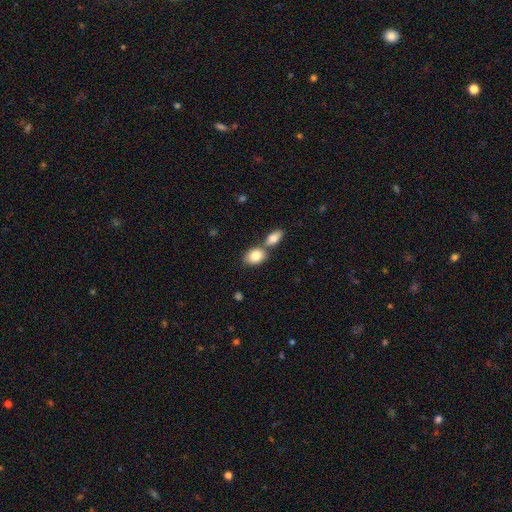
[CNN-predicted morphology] Smooth or featured? smooth (84%)
How rounded? in between (77%)
Merging? none (45%)